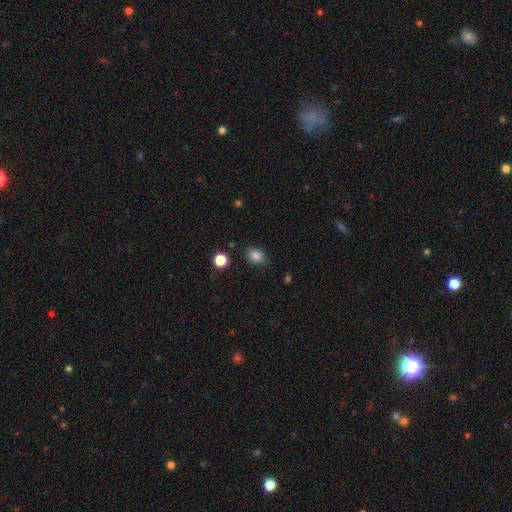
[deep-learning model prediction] This is clearly a smooth galaxy (84%). How rounded: possibly in between (53%). Merging: clearly none (84%).